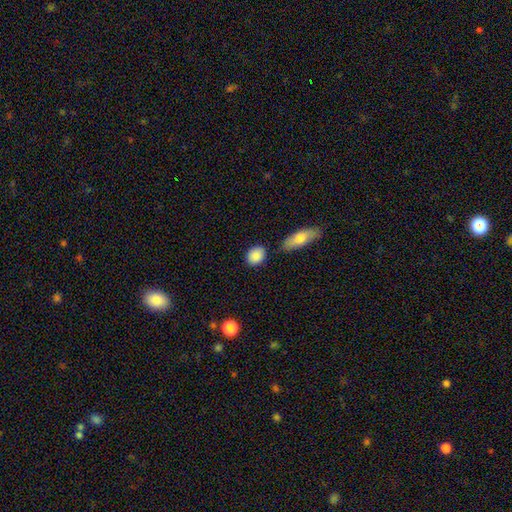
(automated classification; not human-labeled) smooth-or-featured: smooth: 88% | star or artifact: 7% | featured or disk: 5%
  how-rounded: round: 54% | in between: 43% | cigar-shaped: 3%
  merging: none: 78% | minor disturbance: 12% | merger: 7% | major disturbance: 3%